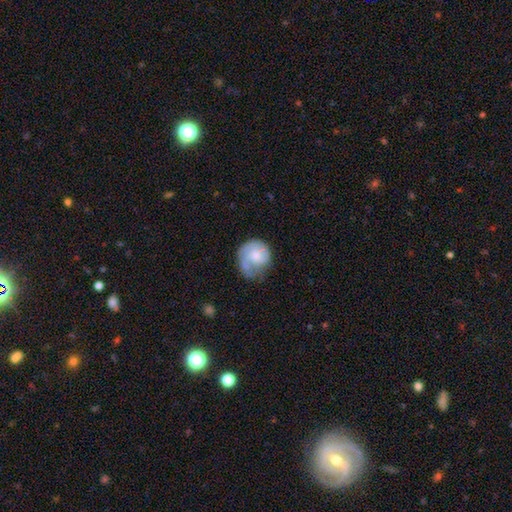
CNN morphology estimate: This is possibly a featured or disk galaxy (48%). Merging: marginally none (43%).